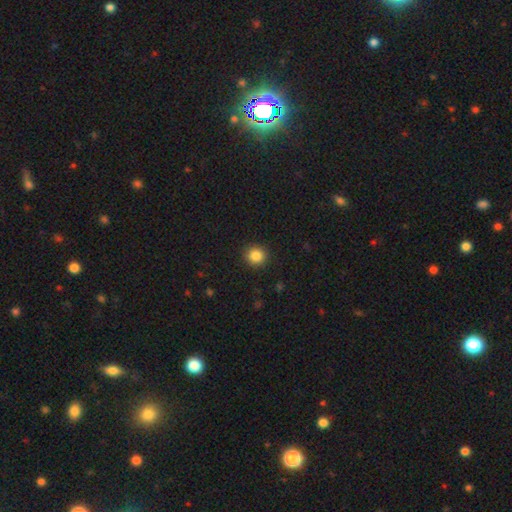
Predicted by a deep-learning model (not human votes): This appears to be a smooth galaxy with no disk features (86%) that is round (90%). Merging: none (91%).